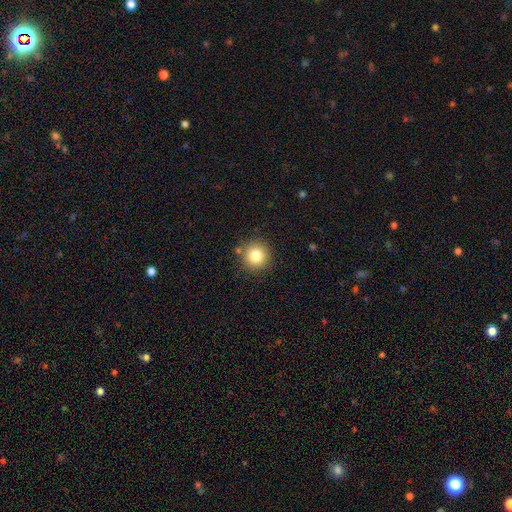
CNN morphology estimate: Overall: smooth (81%). How rounded: round (94%). Merging: none (86%).